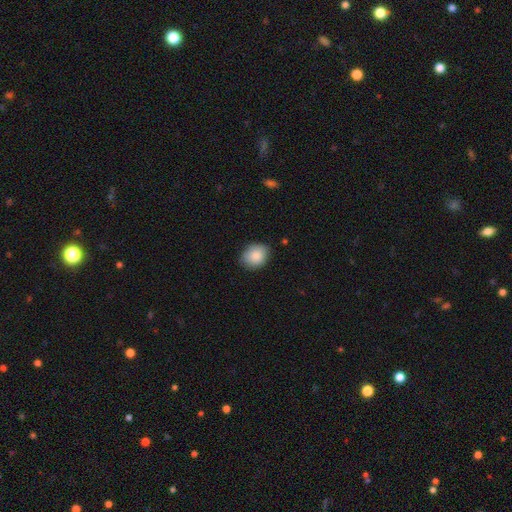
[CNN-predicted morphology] This appears to be a smooth galaxy with no disk features (86%) that is round (52%). Merging: none (81%).